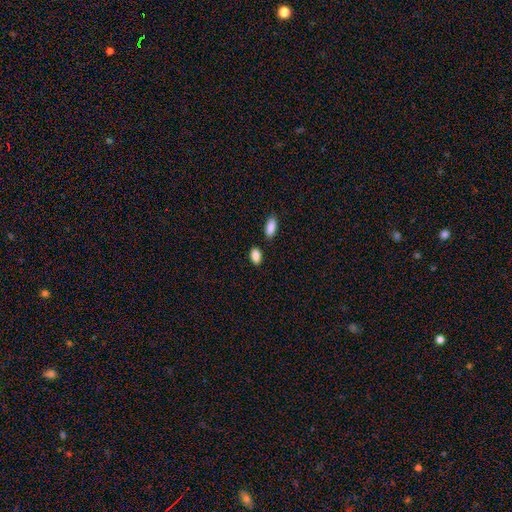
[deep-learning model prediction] Smooth or featured?
  - smooth: 89% *
  - star or artifact: 7%
  - featured or disk: 4%
How rounded?
  - in between: 90% *
  - round: 6%
  - cigar-shaped: 4%
Merging?
  - none: 81% *
  - minor disturbance: 10%
  - merger: 7%
  - major disturbance: 2%